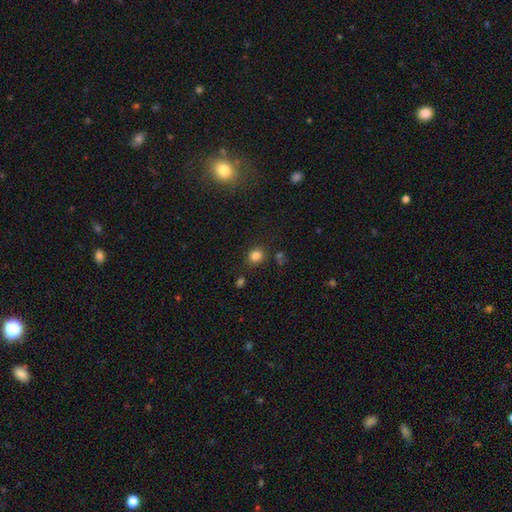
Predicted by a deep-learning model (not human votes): Smooth or featured: smooth — 83% (star or artifact — 13%)
How rounded: round — 72% (in between — 27%)
Merging: none — 80% (minor disturbance — 12%)